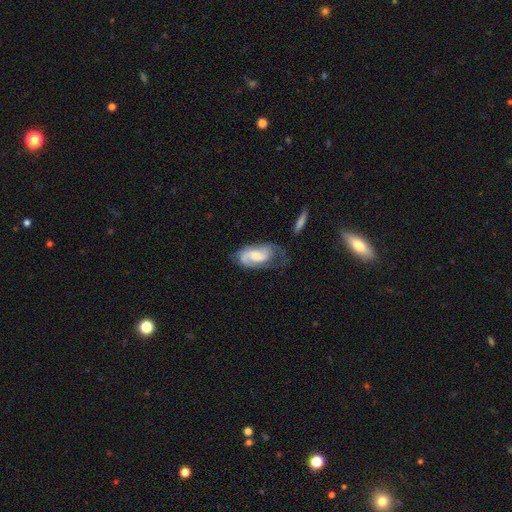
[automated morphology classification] Smooth or featured? Predicted: featured or disk (p=0.71). Edge-on disk? Predicted: no (p=0.96). Bar? Predicted: no (p=0.48). Spiral arms? Predicted: yes (p=0.92). Spiral winding? Predicted: medium (p=0.46). Spiral arm count? Predicted: 2 (p=0.72). Bulge size? Predicted: moderate (p=0.47). Merging? Predicted: none (p=0.48).